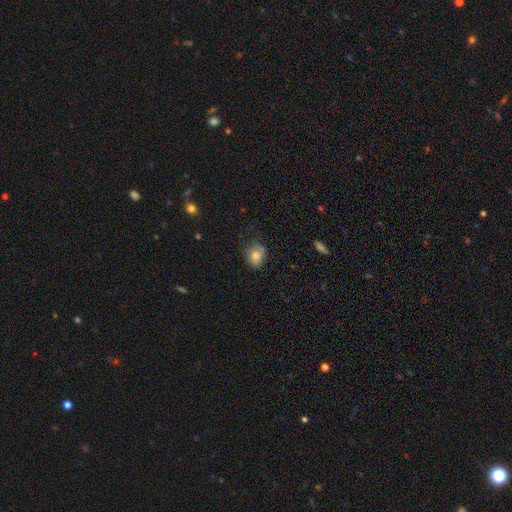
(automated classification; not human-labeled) Morphology: type=smooth (78%); roundness=round (50%); merging=none (61%).